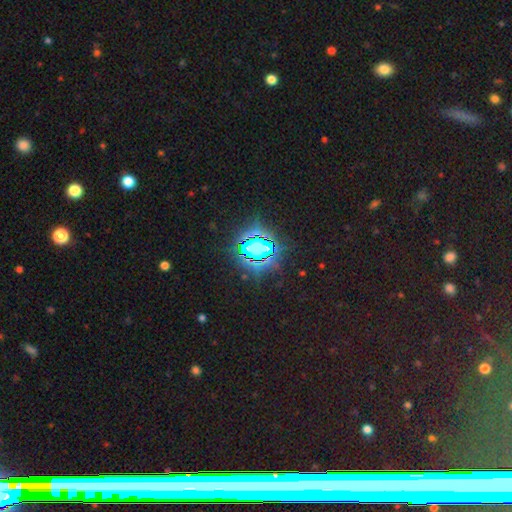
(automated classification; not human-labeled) A star or artifact, not a galaxy (78%).